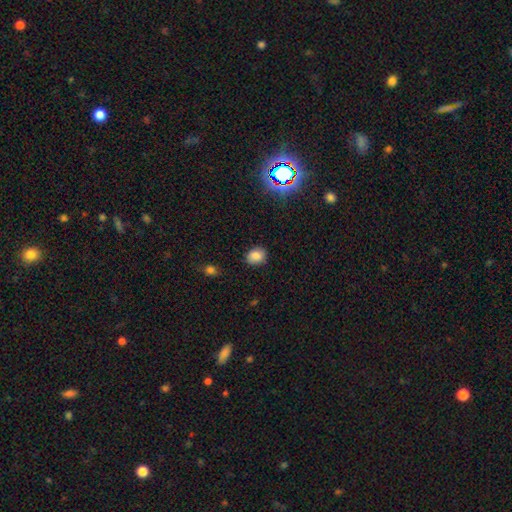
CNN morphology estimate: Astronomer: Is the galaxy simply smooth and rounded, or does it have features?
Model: smooth — 84%.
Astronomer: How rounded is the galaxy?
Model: round — 53% (runner-up: in between, 46%).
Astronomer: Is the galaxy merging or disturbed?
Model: none — 85%.